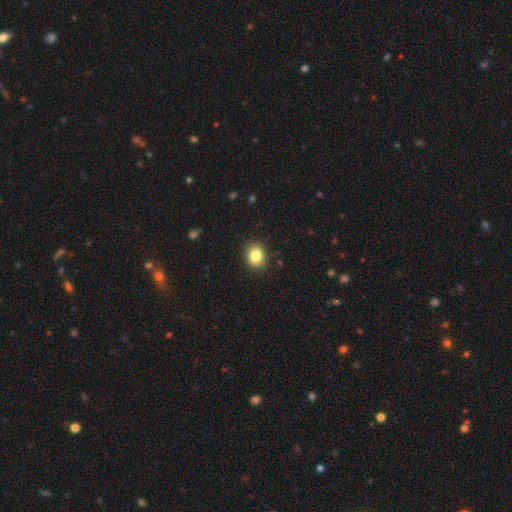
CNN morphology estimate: A smooth galaxy with no disk features (84%) that is round (58%). Merging: none (89%).